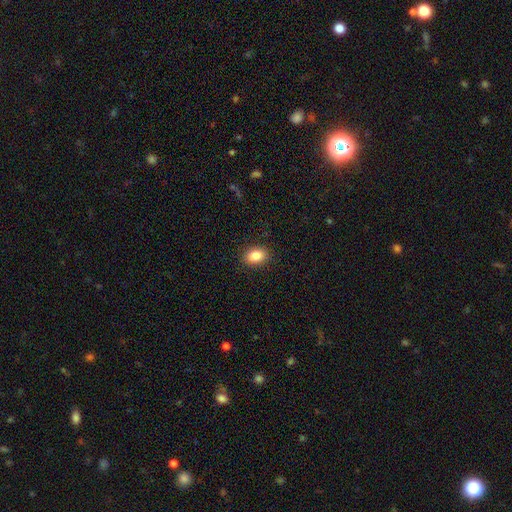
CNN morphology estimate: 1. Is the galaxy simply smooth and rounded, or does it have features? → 85% smooth, 9% star or artifact, 6% featured or disk.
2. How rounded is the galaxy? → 74% in between, 25% round, 1% cigar-shaped.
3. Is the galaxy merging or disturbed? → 89% none, 8% minor disturbance, 2% major disturbance, 1% merger.